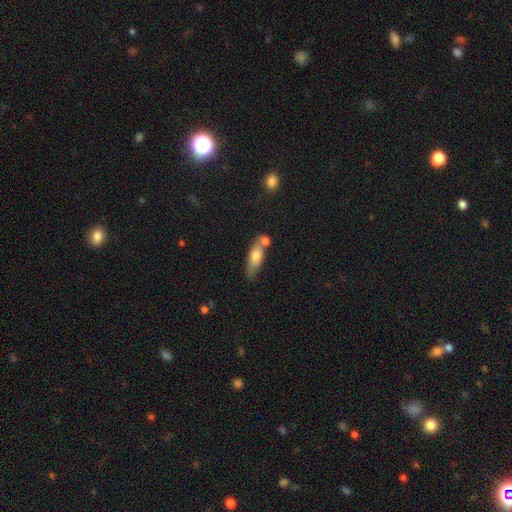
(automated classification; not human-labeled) Overall: smooth (70%). How rounded: in between (60%; cigar-shaped 36%). Merging: none (48%; merger 31%).